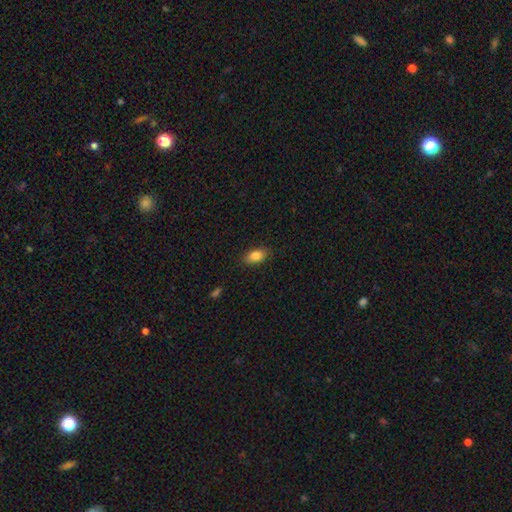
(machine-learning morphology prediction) This is clearly a smooth galaxy (84%). How rounded: clearly in between (88%). Merging: clearly none (85%).